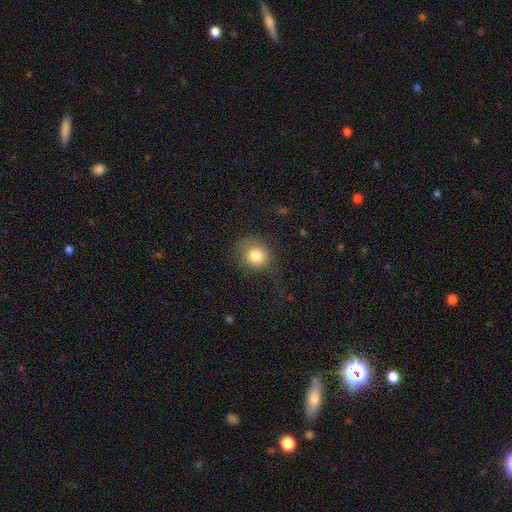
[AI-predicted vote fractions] A smooth galaxy with no disk features (81%) that is round (77%).

Vote fractions:
- Smooth or featured? smooth: 81% / star or artifact: 10% / featured or disk: 9%
- How rounded? round: 77% / in between: 22% / cigar-shaped: 1%
- Merging? none: 66% / minor disturbance: 21% / major disturbance: 12% / merger: 1%